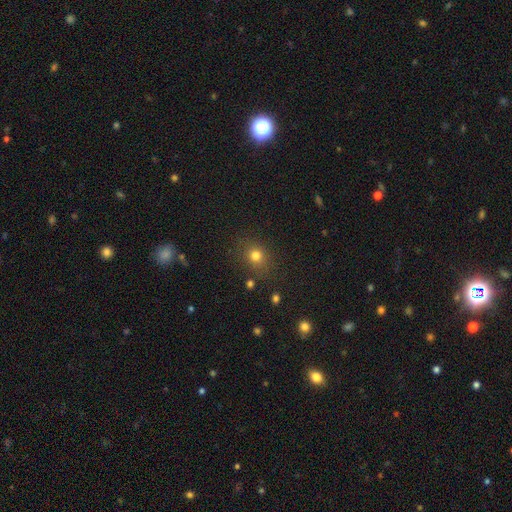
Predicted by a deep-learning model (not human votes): smooth 77%, star or artifact 16%, featured or disk 7%. Down the decision tree: how rounded — round (73%); merging — none (82%).